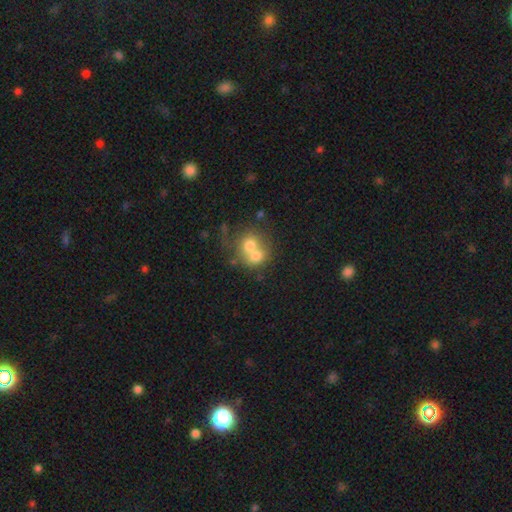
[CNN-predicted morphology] The model was most divided on "smooth or featured": smooth: 67%, featured or disk: 23%, star or artifact: 10%. More confident: how rounded — round (72%); merging — merger (67%).